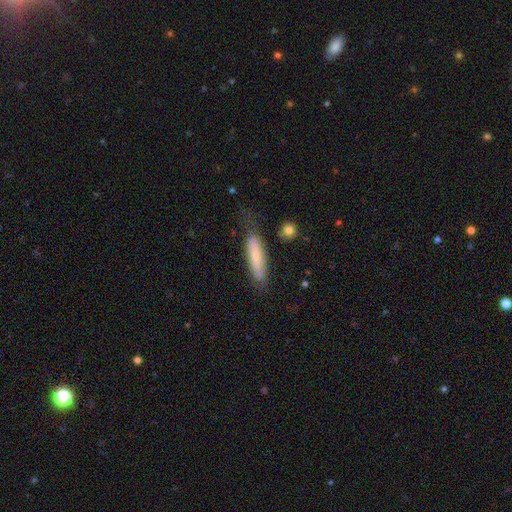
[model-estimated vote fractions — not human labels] The model was most divided on "smooth or featured": smooth: 62%, featured or disk: 32%, star or artifact: 6%. More confident: how rounded — cigar-shaped (78%); merging — none (61%).